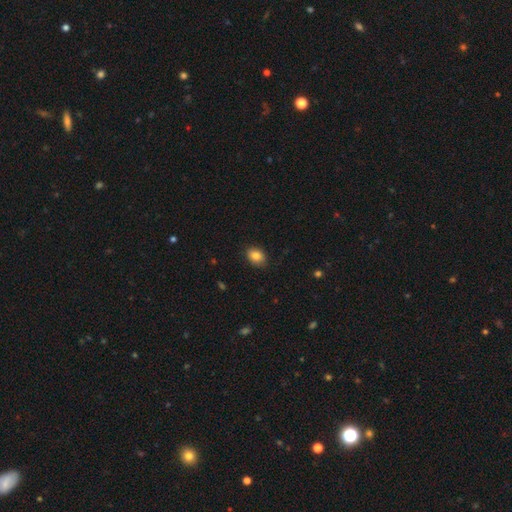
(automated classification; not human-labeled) A smooth galaxy with no disk features (85%) that is in between round and cigar-shaped (70%). Merging: none (85%).